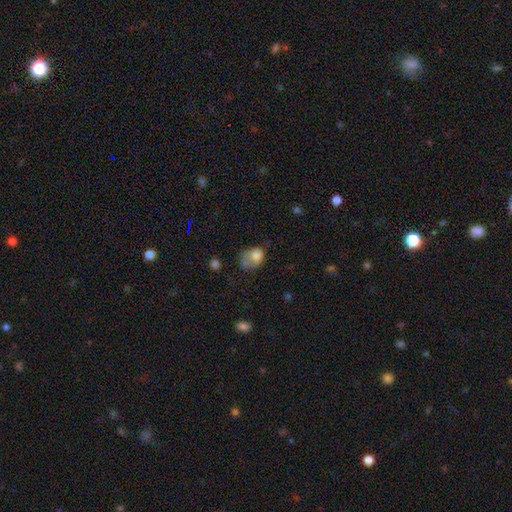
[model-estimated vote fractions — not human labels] A smooth galaxy with no disk features (74%) that is in between round and cigar-shaped (62%). Merging: major disturbance (32%).